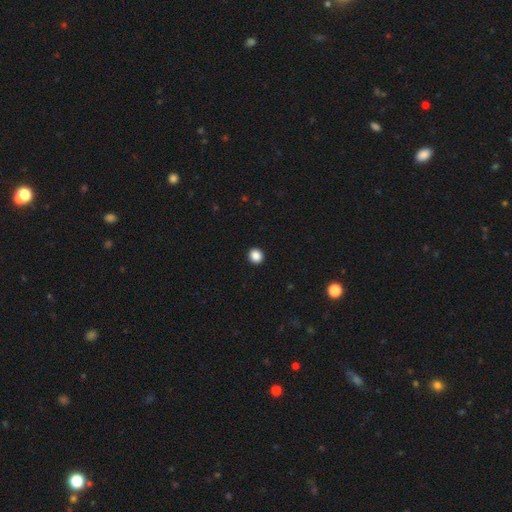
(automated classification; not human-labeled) This appears to be a smooth galaxy with no disk features (88%) that is round (84%). Merging: none (93%).